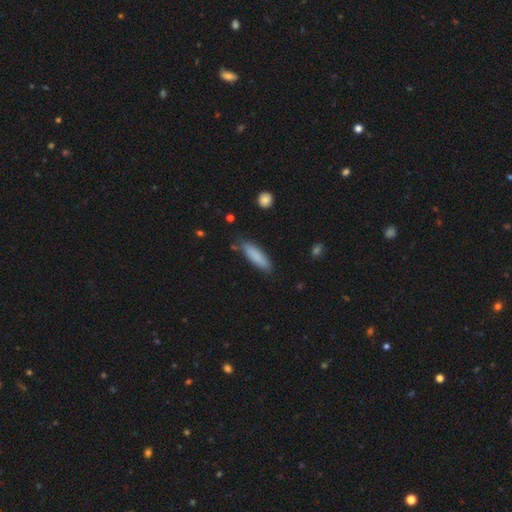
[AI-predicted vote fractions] smooth_or_featured: smooth (p=0.86) [alt: featured or disk p=0.08]
how_rounded: cigar-shaped (p=0.71) [alt: in between p=0.28]
merging: none (p=0.83) [alt: minor disturbance p=0.12]